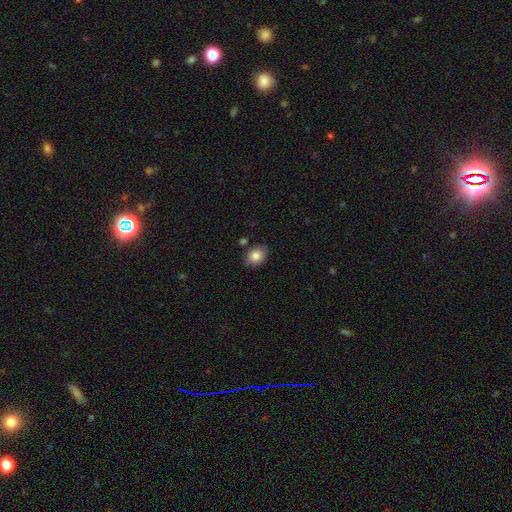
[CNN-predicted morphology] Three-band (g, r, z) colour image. It shows a smooth galaxy with no disk features (85%) that is in between round and cigar-shaped (57%). Merging: none (82%).